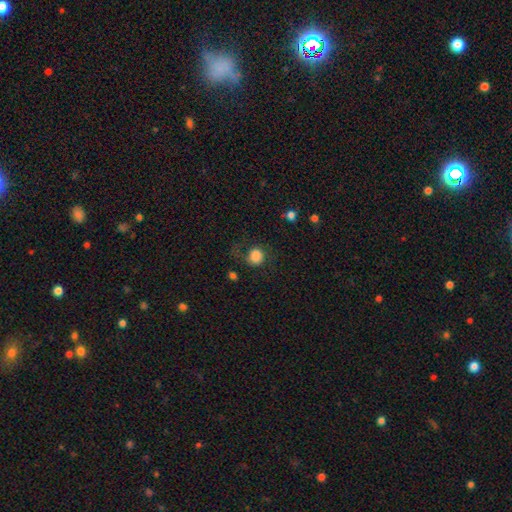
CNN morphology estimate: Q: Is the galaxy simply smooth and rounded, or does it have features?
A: smooth — 79%.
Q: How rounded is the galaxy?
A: round — 72%.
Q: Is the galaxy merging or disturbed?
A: none — 57%.